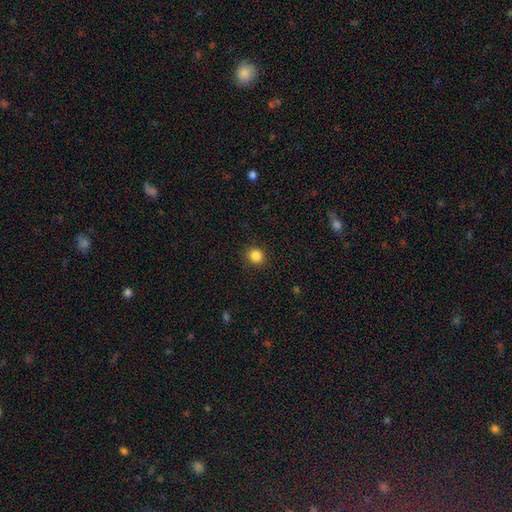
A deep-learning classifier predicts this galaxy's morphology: smooth 85%, star or artifact 11%, featured or disk 4%. Down the decision tree: how rounded — round (88%); merging — none (90%).